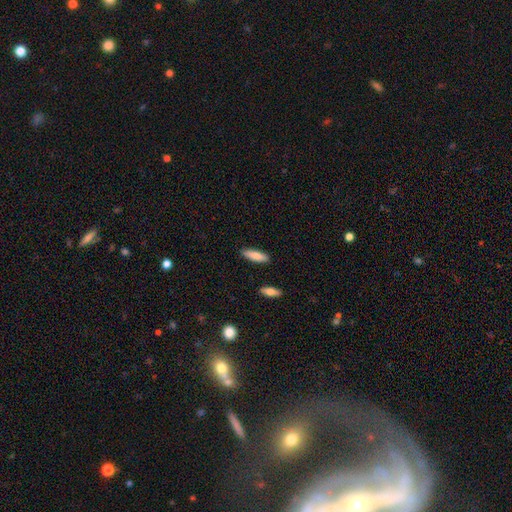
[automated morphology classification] type=smooth (81%); roundness=cigar-shaped (59%); merging=none (87%).